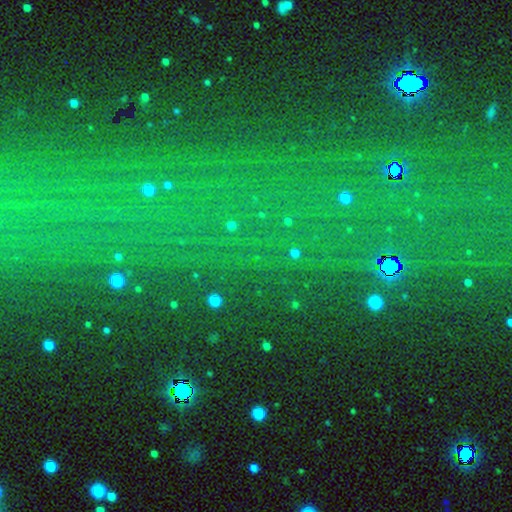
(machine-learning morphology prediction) Overall: star or artifact (80%).